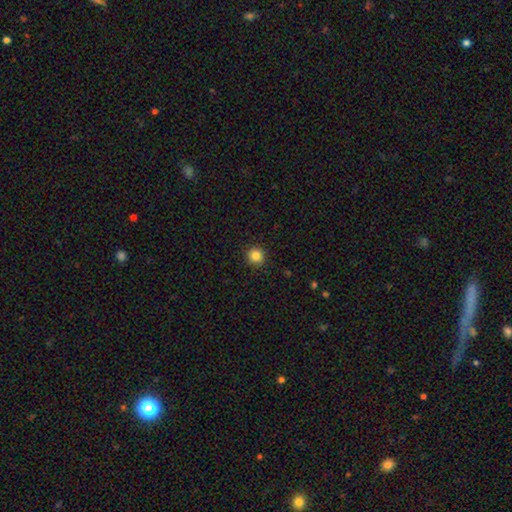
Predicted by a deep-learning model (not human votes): smooth_or_featured: smooth (p=0.84) [alt: star or artifact p=0.11]
how_rounded: round (p=0.95) [alt: in between p=0.04]
merging: none (p=0.93) [alt: minor disturbance p=0.05]